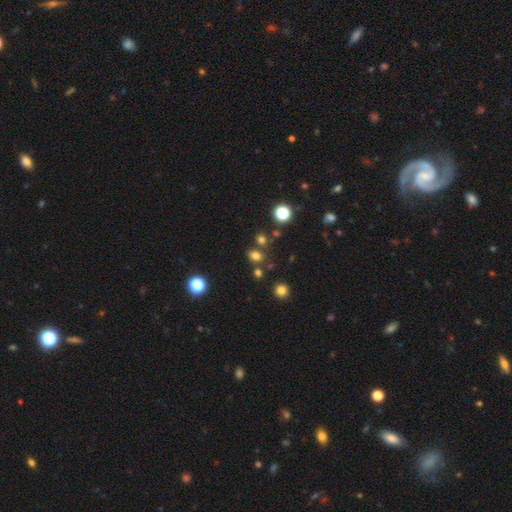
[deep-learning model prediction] A smooth galaxy with no disk features (73%) that is round (54%). Merging: none (73%).